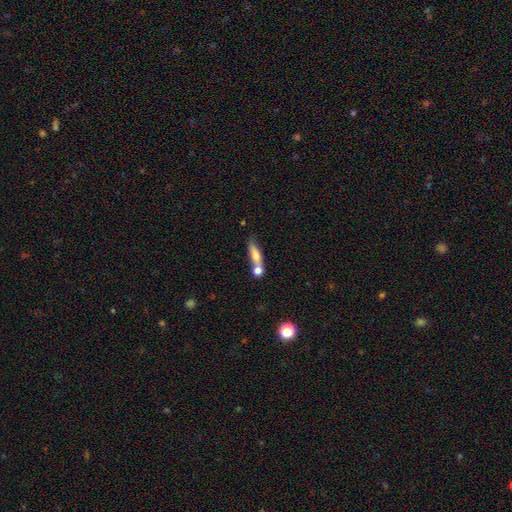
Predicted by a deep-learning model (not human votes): smooth_or_featured: smooth (p=0.65) [alt: featured or disk p=0.27]
how_rounded: cigar-shaped (p=0.56) [alt: in between p=0.37]
merging: none (p=0.42) [alt: merger p=0.37]